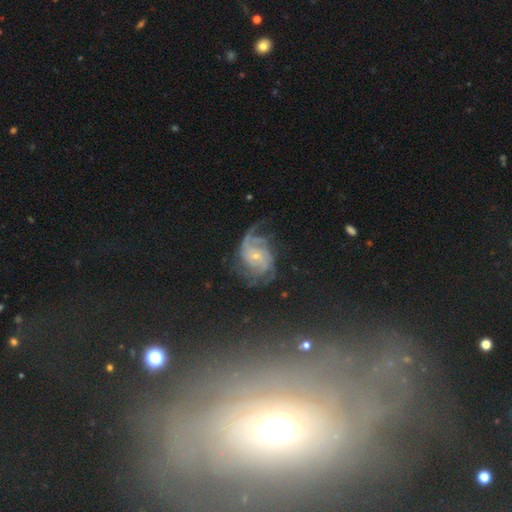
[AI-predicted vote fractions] Smooth or featured: featured or disk — 83% (star or artifact — 9%)
Edge-on disk: no — 98% (yes — 2%)
Bar: no — 61% (weak — 31%)
Spiral arms: yes — 97% (no — 3%)
Spiral winding: medium — 41% (tied with tight — 41%)
Spiral arm count: 2 — 25% (can't tell — 23%)
Bulge size: small — 74% (moderate — 21%)
Merging: none — 56% (major disturbance — 21%)